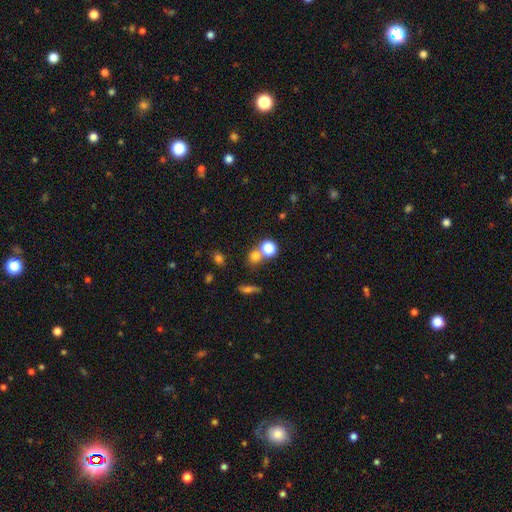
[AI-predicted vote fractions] This is likely a smooth galaxy (73%). How rounded: clearly round (85%). Merging: possibly none (54%).